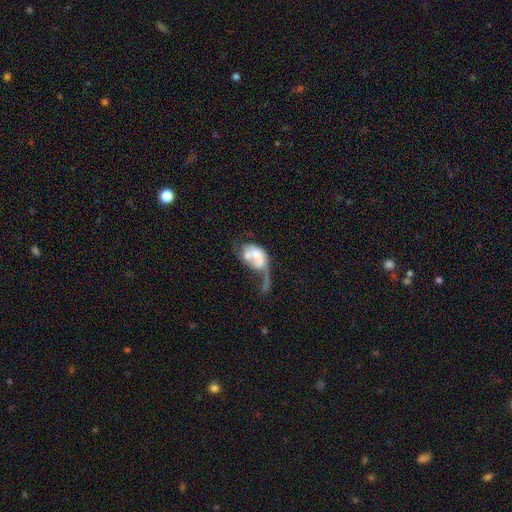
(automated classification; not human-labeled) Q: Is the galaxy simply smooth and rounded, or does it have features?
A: featured or disk — 50%.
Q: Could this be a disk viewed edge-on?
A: no — 96%.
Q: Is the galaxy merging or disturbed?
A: major disturbance — 47%.